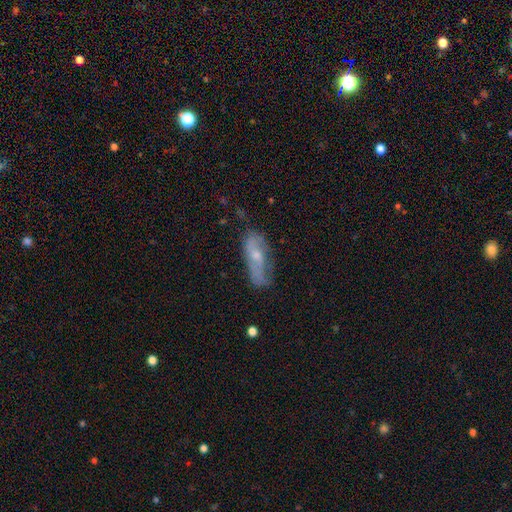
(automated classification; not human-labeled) Smooth or featured: featured or disk — 54% (smooth — 38%)
Edge-on disk: no — 76% (yes — 24%)
Merging: none — 56% (minor disturbance — 29%)